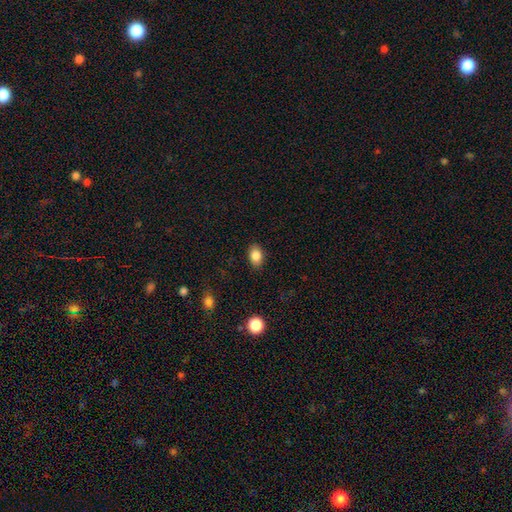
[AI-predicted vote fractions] Smooth or featured? Predicted: smooth (p=0.85). How rounded? Predicted: in between (p=0.82). Merging? Predicted: none (p=0.86).